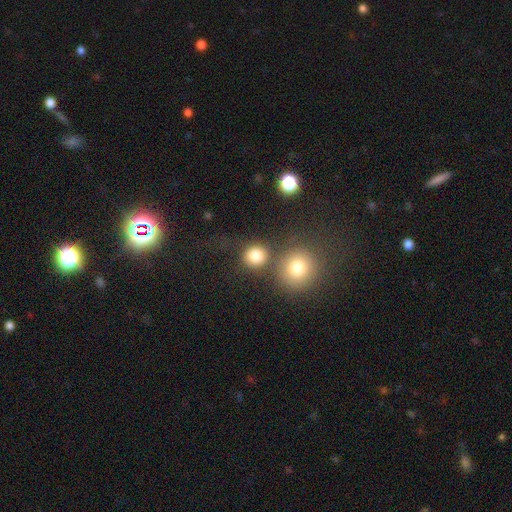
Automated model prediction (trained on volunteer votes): A smooth galaxy with no disk features (82%) that is round (85%). Merging: none (65%).